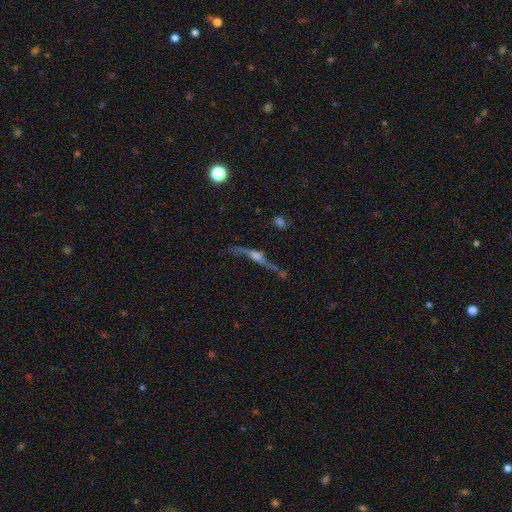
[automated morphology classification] featured or disk 74%, smooth 15%, star or artifact 11%. Down the decision tree: edge-on disk — yes (68%); edge-on bulge — rounded (82%); merging — none (48%).